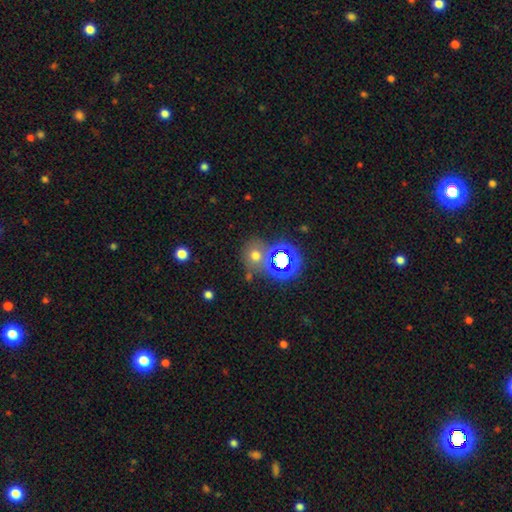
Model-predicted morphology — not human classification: A smooth galaxy with no disk features (57%) that is round (75%). Merging: none (65%).